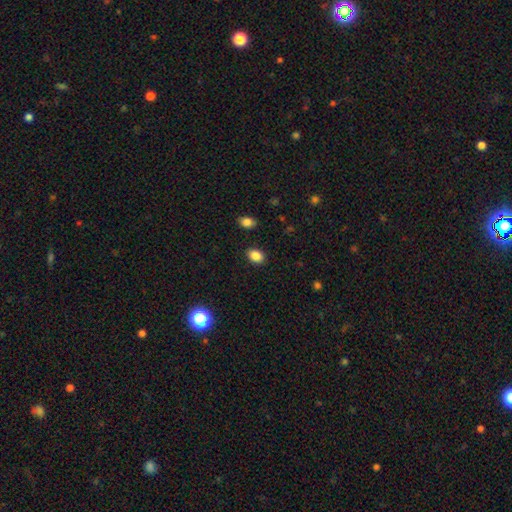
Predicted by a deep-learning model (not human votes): Smooth or featured?
  - smooth: 86% *
  - star or artifact: 10%
  - featured or disk: 4%
How rounded?
  - in between: 74% *
  - round: 24%
  - cigar-shaped: 1%
Merging?
  - none: 88% *
  - minor disturbance: 8%
  - major disturbance: 2%
  - merger: 2%